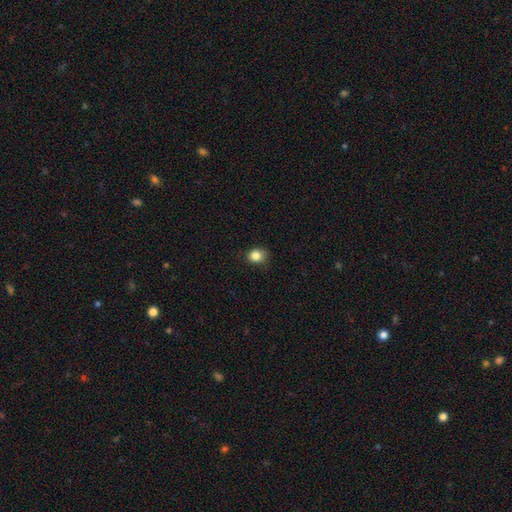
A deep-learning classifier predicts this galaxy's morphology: This appears to be a smooth galaxy with no disk features (84%) that is round (64%). Merging: none (80%).